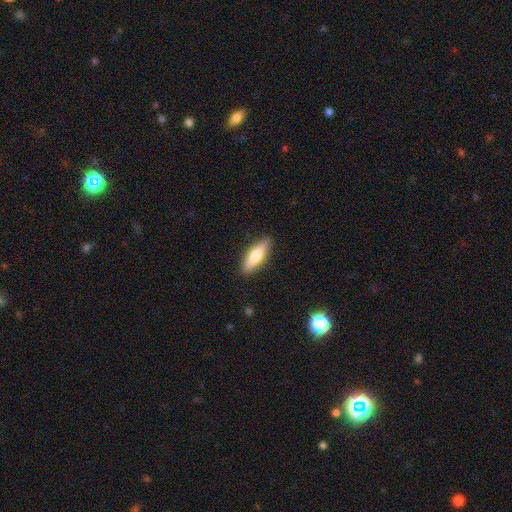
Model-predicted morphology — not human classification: Smooth or featured? smooth (67%)
How rounded? cigar-shaped (54%)
Merging? none (89%)